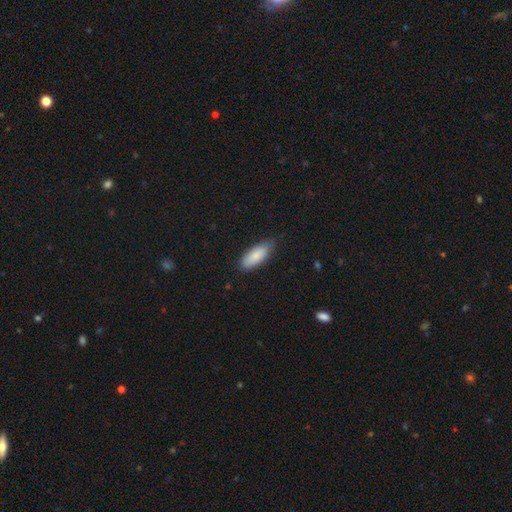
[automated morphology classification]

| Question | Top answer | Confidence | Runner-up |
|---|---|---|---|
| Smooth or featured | smooth | 85% | featured or disk (9%) |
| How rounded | in between | 79% | cigar-shaped (20%) |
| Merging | none | 69% | minor disturbance (26%) |